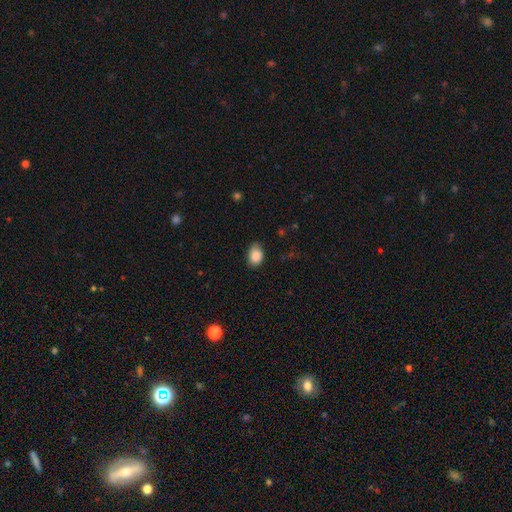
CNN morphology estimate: Smooth or featured?
  - smooth: 88% *
  - star or artifact: 8%
  - featured or disk: 4%
How rounded?
  - in between: 79% *
  - round: 20%
  - cigar-shaped: 1%
Merging?
  - none: 71% *
  - minor disturbance: 24%
  - major disturbance: 4%
  - merger: 1%